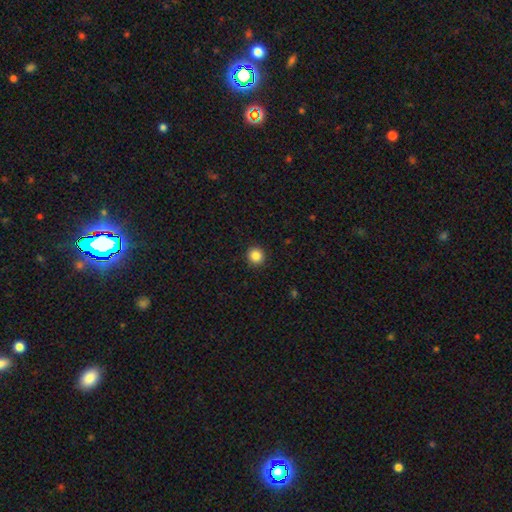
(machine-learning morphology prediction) smooth_or_featured: smooth (p=0.85) [alt: star or artifact p=0.10]
how_rounded: round (p=0.93) [alt: in between p=0.06]
merging: none (p=0.93) [alt: minor disturbance p=0.05]